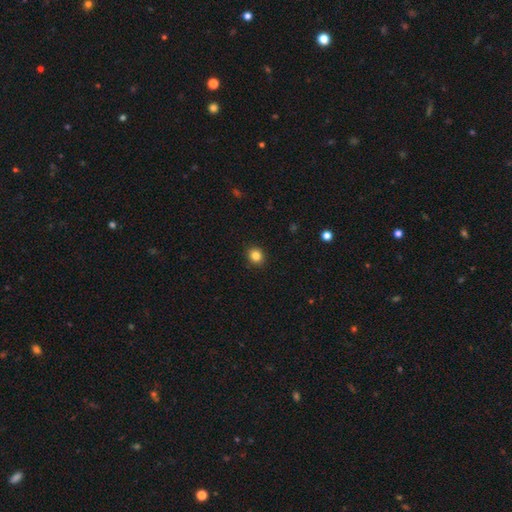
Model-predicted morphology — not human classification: Smooth or featured? Predicted: smooth (p=0.84). How rounded? Predicted: round (p=0.79). Merging? Predicted: none (p=0.92).